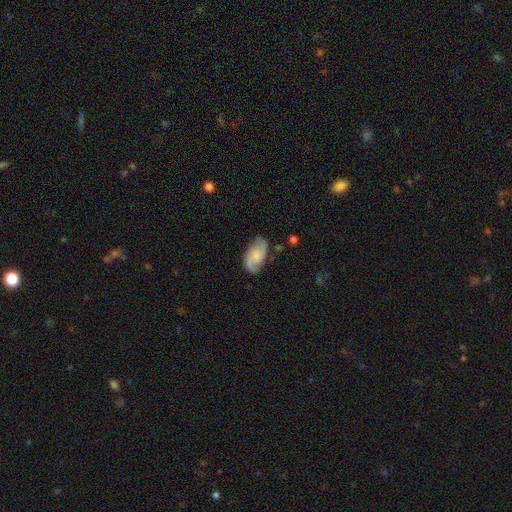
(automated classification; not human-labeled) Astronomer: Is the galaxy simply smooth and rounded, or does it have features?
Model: featured or disk — 61%.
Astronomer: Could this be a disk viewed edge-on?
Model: no — 96%.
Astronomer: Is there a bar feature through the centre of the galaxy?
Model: no — 64%.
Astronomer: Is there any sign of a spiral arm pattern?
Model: yes — 92%.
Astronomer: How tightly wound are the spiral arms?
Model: medium — 45% (runner-up: loose, 32%).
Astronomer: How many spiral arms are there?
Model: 2 — 82%.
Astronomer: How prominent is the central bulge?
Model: none — 33% (runner-up: small, 31%).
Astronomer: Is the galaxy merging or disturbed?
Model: none — 74%.